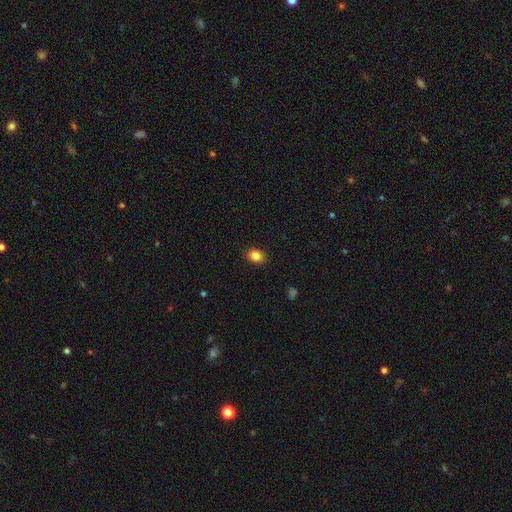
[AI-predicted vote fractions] Smooth or featured: smooth — 85% (star or artifact — 10%)
How rounded: in between — 51% (round — 48%)
Merging: none — 89% (minor disturbance — 8%)